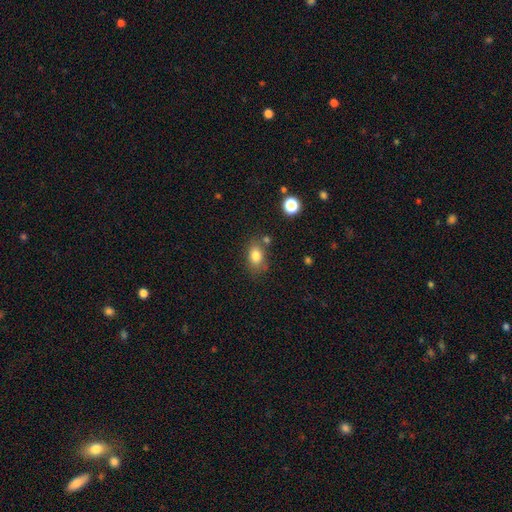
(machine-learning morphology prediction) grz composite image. It shows a smooth galaxy with no disk features (82%) that is in between round and cigar-shaped (78%). Merging: none (68%).